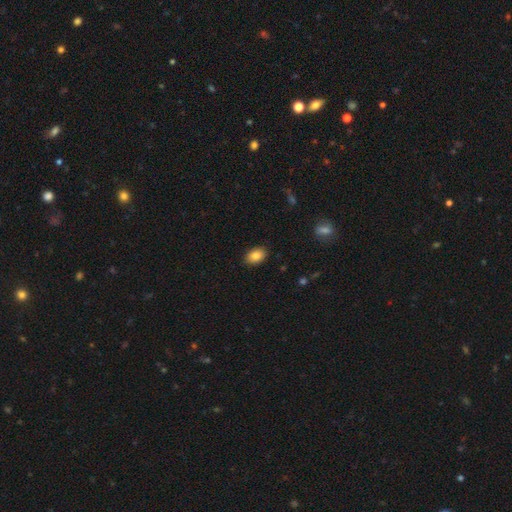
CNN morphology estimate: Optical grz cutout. It shows a smooth galaxy with no disk features (86%) that is in between round and cigar-shaped (86%). Merging: none (88%).